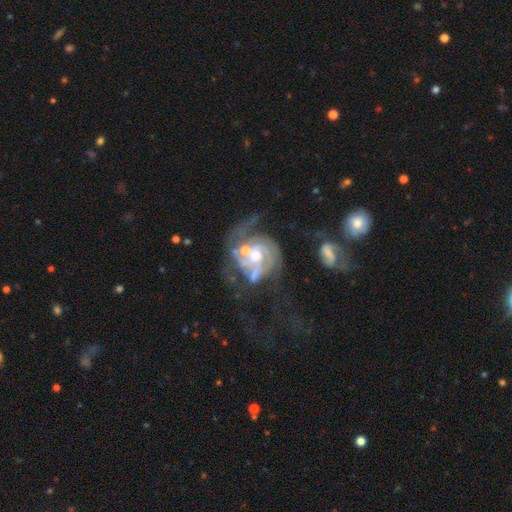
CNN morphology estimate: Smooth or featured?
  - featured or disk: 87% *
  - star or artifact: 7%
  - smooth: 6%
Edge-on disk?
  - no: 98% *
  - yes: 2%
Bar?
  - no: 63% *
  - weak: 29%
  - strong: 9%
Spiral arms?
  - yes: 94% *
  - no: 6%
Spiral winding?
  - tight: 47% *
  - medium: 39%
  - loose: 14%
Spiral arm count?
  - 2: 32% *
  - can't tell: 25%
  - 3: 23%
  - 4: 7%
  - 1: 7%
  - more than 4: 5%
Bulge size?
  - moderate: 58% *
  - small: 34%
  - large: 4%
  - none: 3%
  - dominant: 1%
Merging?
  - none: 33% *
  - major disturbance: 27%
  - merger: 25%
  - minor disturbance: 16%